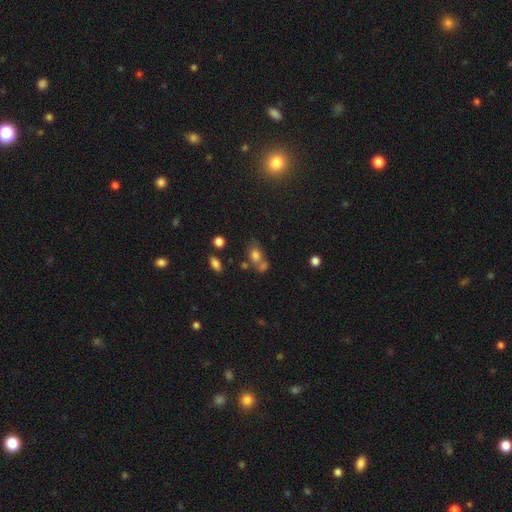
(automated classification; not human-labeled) A smooth galaxy with no disk features (73%) that is in between round and cigar-shaped (62%). Merging: none (42%).